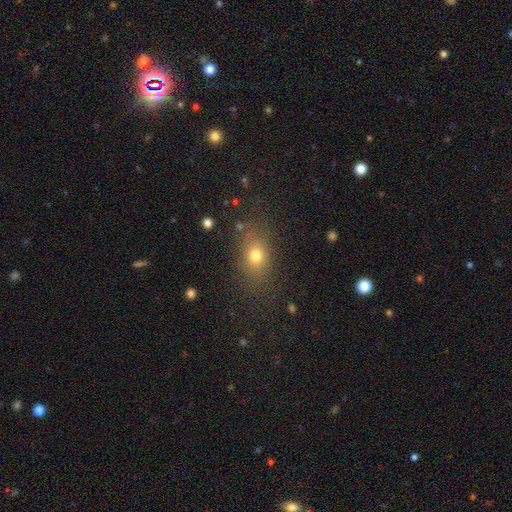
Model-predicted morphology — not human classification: Overall: smooth (74%). How rounded: in between (65%; round 32%). Merging: none (79%).